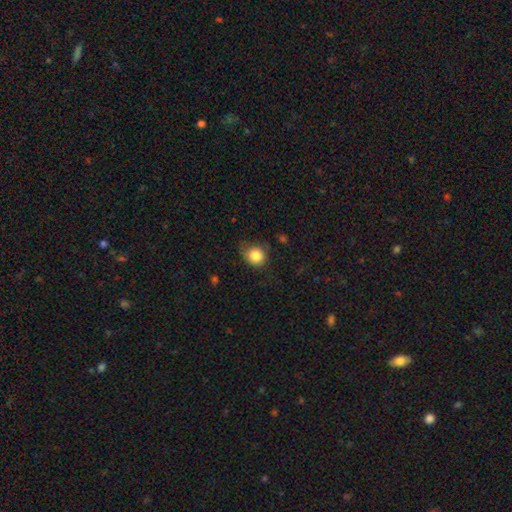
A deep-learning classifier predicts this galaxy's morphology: Smooth or featured?
  - smooth: 84% *
  - star or artifact: 10%
  - featured or disk: 6%
How rounded?
  - round: 79% *
  - in between: 20%
  - cigar-shaped: 1%
Merging?
  - none: 61% *
  - minor disturbance: 29%
  - major disturbance: 8%
  - merger: 2%